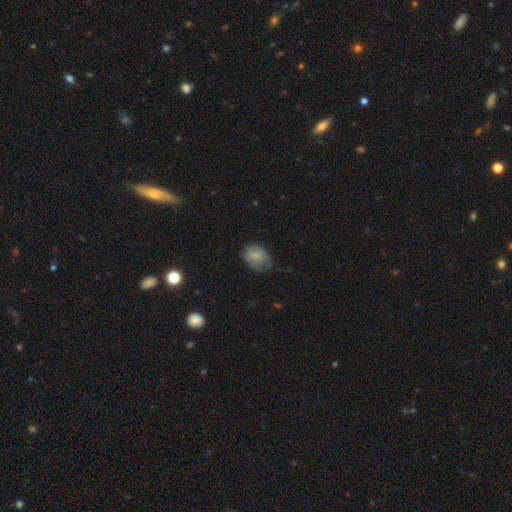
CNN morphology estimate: Q: Smooth or featured?
A: smooth (77%); runner-up: featured or disk (15%)
Q: How rounded?
A: in between (67%); runner-up: round (32%)
Q: Merging?
A: none (52%); runner-up: minor disturbance (35%)